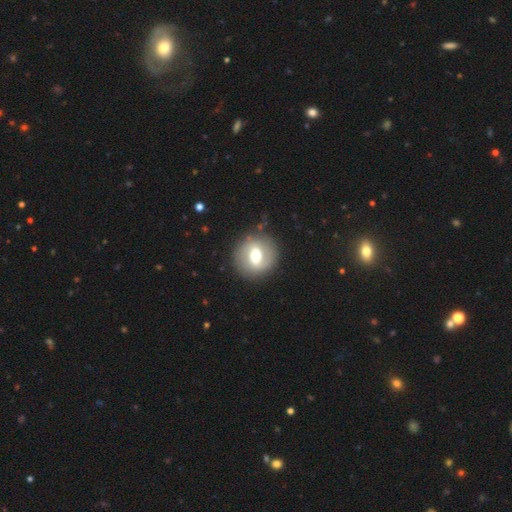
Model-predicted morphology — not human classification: Smooth or featured?
  - featured or disk: 52% *
  - smooth: 41%
  - star or artifact: 7%
Edge-on disk?
  - no: 95% *
  - yes: 5%
Merging?
  - none: 85% *
  - minor disturbance: 9%
  - major disturbance: 4%
  - merger: 2%